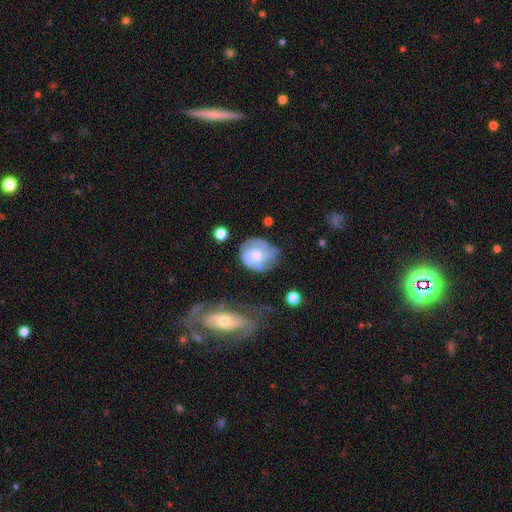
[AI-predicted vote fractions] Q: Smooth or featured?
A: featured or disk (74%); runner-up: smooth (20%)
Q: Edge-on disk?
A: no (98%); runner-up: yes (2%)
Q: Bar?
A: no (71%); runner-up: weak (25%)
Q: Spiral arms?
A: yes (91%); runner-up: no (9%)
Q: Spiral winding?
A: tight (56%); runner-up: medium (34%)
Q: Spiral arm count?
A: 2 (34%); runner-up: 3 (27%)
Q: Bulge size?
A: moderate (55%); runner-up: small (31%)
Q: Merging?
A: none (61%); runner-up: minor disturbance (24%)